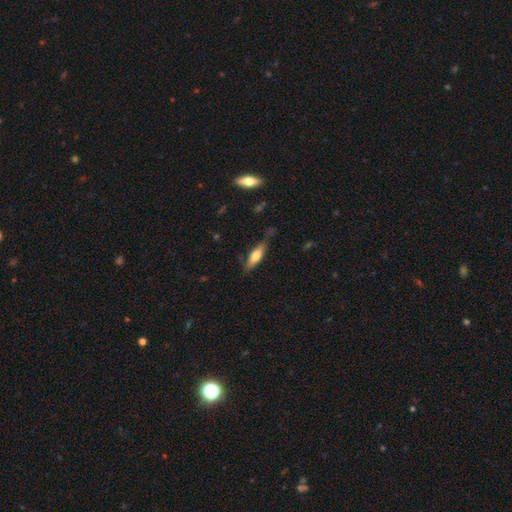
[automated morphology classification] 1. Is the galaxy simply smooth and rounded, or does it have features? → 60% smooth, 34% featured or disk, 6% star or artifact.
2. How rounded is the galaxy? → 53% cigar-shaped, 45% in between, 2% round.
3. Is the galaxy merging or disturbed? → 62% none, 26% minor disturbance, 8% major disturbance, 3% merger.